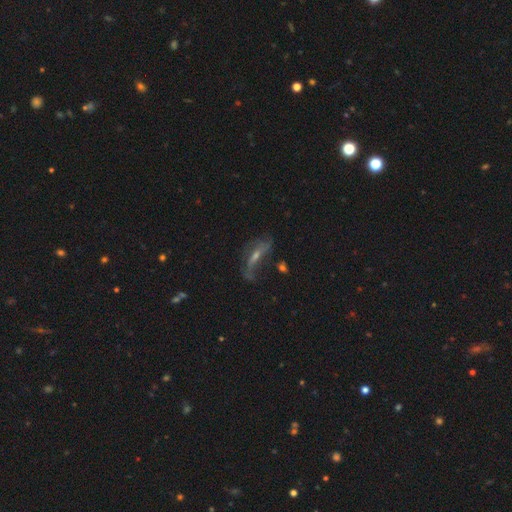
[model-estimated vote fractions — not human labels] A featured or disk galaxy (62%). Merging: none (44%).